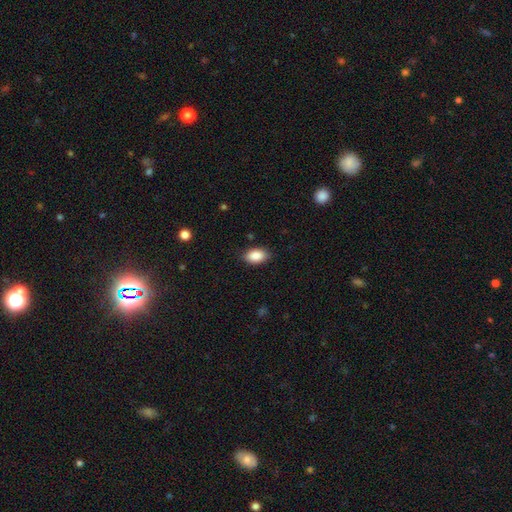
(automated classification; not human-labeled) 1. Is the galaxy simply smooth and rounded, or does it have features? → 89% smooth, 7% star or artifact, 4% featured or disk.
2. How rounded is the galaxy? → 92% in between, 6% round, 2% cigar-shaped.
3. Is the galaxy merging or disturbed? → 85% none, 11% minor disturbance, 2% major disturbance, 1% merger.